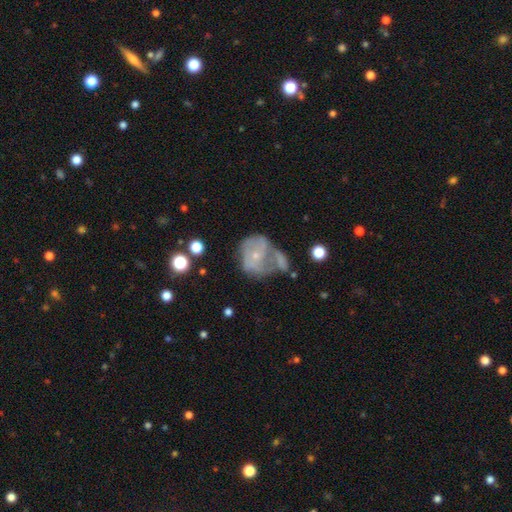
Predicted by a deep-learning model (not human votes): The model was most divided on "spiral arms" (2-way tie): yes: 50%, no: 50%. Remaining: edge-on disk — no (97%); bar — no (77%); bulge size — small (77%); smooth or featured — featured or disk (58%); merging — merger (32%).